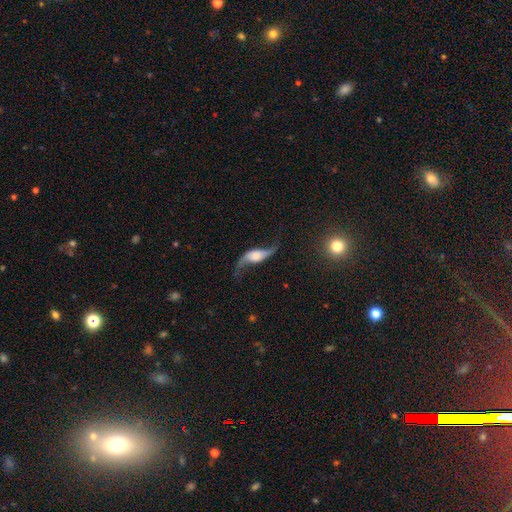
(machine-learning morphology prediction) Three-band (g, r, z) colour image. It shows a featured or disk galaxy (82%) with no bar (55%), 2 (93%) loose (92%) spiral arms (95%) and a large central bulge (28%). Merging: none (66%).